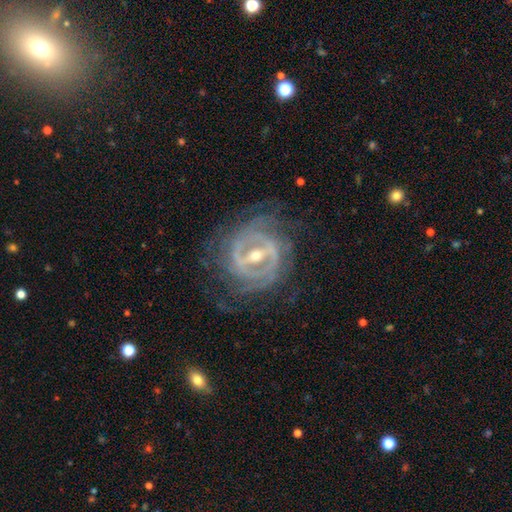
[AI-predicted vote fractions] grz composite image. It shows a featured or disk galaxy (92%) with a strong bar (72%), tight (69%) spiral arms (91%) and a moderate central bulge (51%). Merging: none (73%).